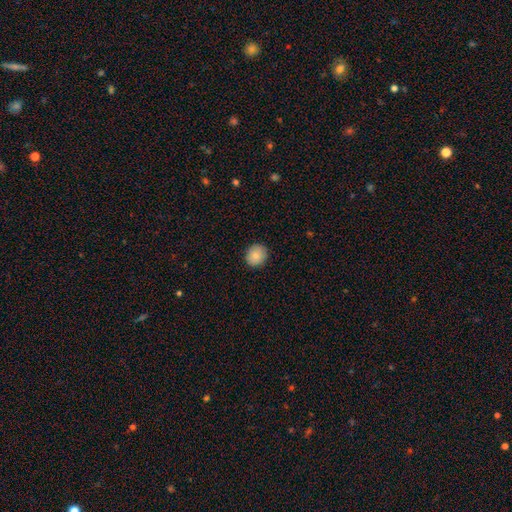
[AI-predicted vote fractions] The model was most divided on "how rounded": round: 82%, in between: 17%, cigar-shaped: 1%. More confident: merging — none (89%); smooth or featured — smooth (85%).